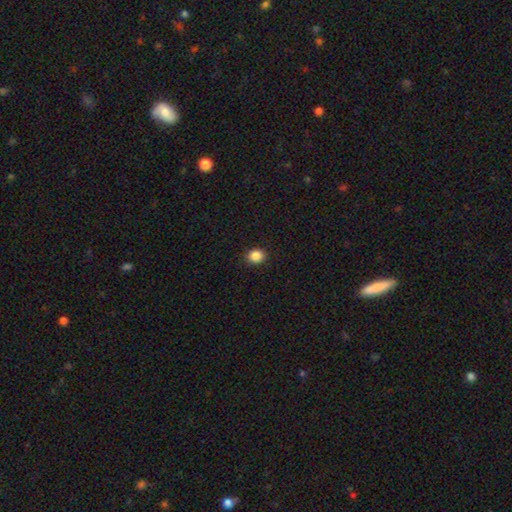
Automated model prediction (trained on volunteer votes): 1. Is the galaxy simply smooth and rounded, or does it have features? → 87% smooth, 10% star or artifact, 3% featured or disk.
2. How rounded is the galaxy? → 67% round, 32% in between, 1% cigar-shaped.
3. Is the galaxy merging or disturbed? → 90% none, 7% minor disturbance, 2% major disturbance, 1% merger.